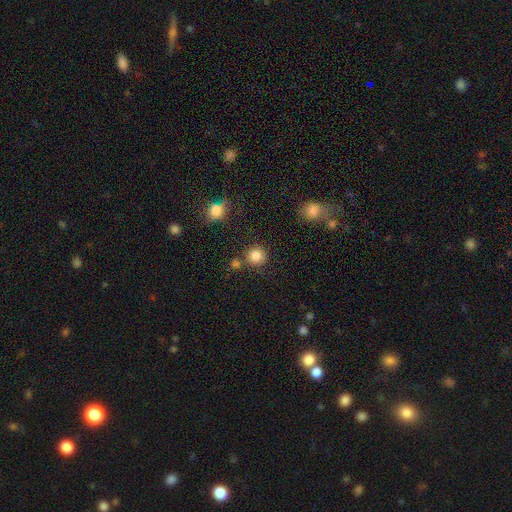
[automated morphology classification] This is clearly a smooth galaxy (84%). How rounded: clearly round (91%). Merging: likely none (76%).